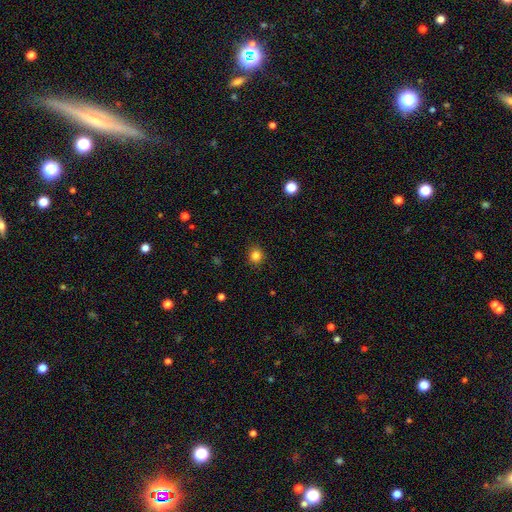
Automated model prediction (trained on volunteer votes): smooth 83%, star or artifact 12%, featured or disk 5%. Down the decision tree: how rounded — round (82%); merging — none (89%).